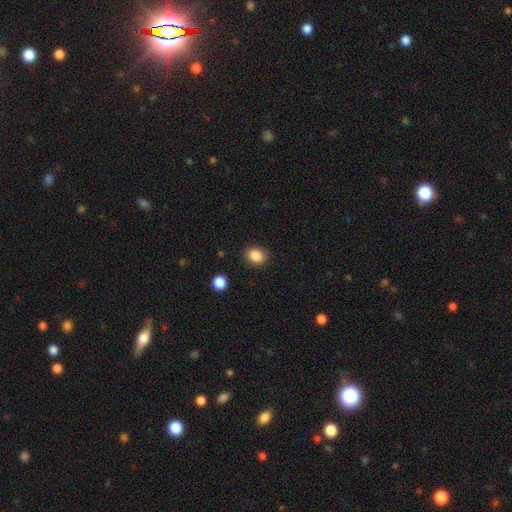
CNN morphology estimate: Smooth or featured?
  - smooth: 87% *
  - star or artifact: 10%
  - featured or disk: 3%
How rounded?
  - round: 59% *
  - in between: 41%
  - cigar-shaped: 1%
Merging?
  - none: 88% *
  - minor disturbance: 8%
  - major disturbance: 3%
  - merger: 1%